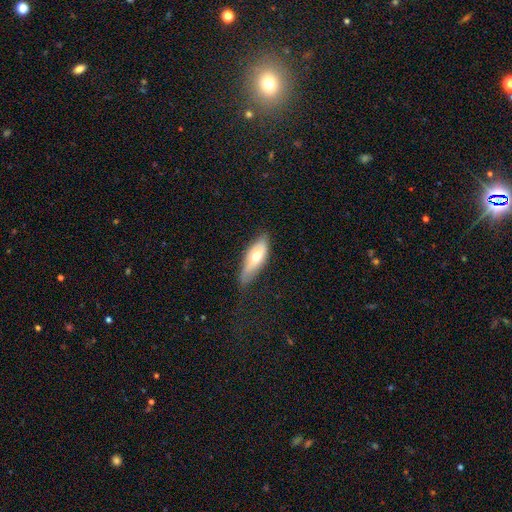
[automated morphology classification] A smooth galaxy with no disk features (57%) that is in between round and cigar-shaped (73%).

Vote fractions:
- Smooth or featured? smooth: 57% / featured or disk: 36% / star or artifact: 6%
- How rounded? in between: 73% / cigar-shaped: 25% / round: 3%
- Merging? none: 63% / minor disturbance: 28% / major disturbance: 7% / merger: 2%